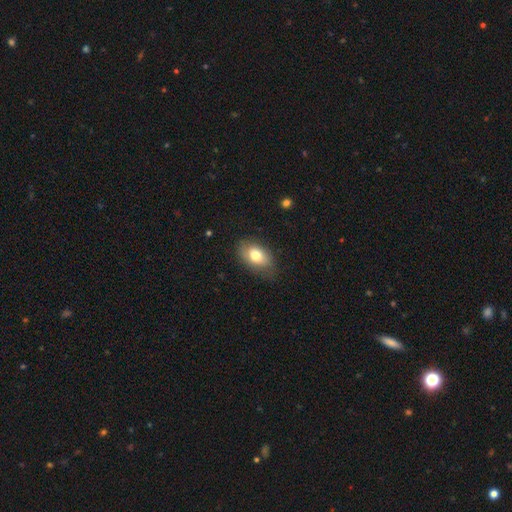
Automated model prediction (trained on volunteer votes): Overall: smooth (76%). How rounded: in between (89%). Merging: none (76%).